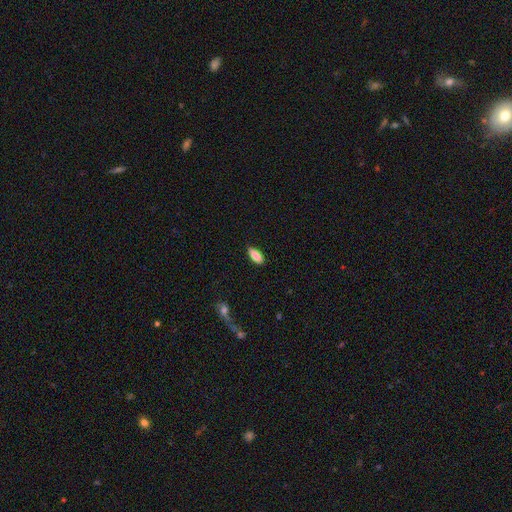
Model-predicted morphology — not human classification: smooth_or_featured: smooth (p=0.87) [alt: star or artifact p=0.06]
how_rounded: in between (p=0.83) [alt: cigar-shaped p=0.15]
merging: none (p=0.84) [alt: minor disturbance p=0.12]